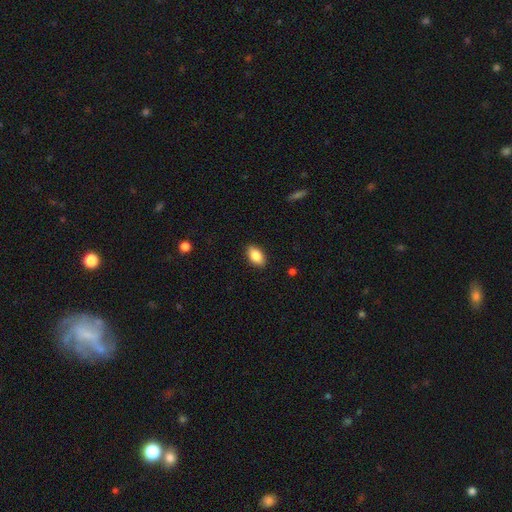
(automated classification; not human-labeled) smooth_or_featured: smooth (p=0.87) [alt: star or artifact p=0.07]
how_rounded: in between (p=0.92) [alt: round p=0.05]
merging: none (p=0.89) [alt: minor disturbance p=0.08]